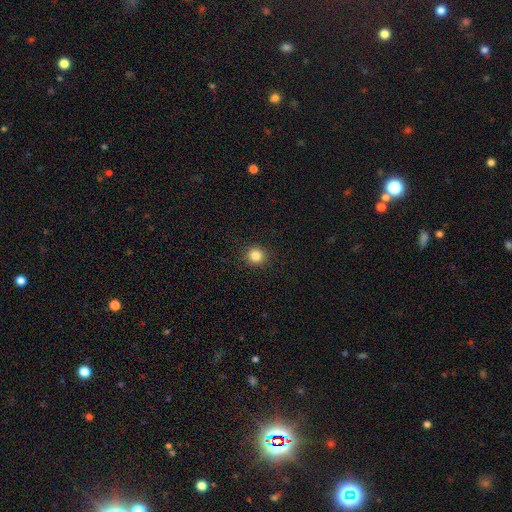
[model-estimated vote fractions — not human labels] Smooth or featured? Predicted: smooth (p=0.83). How rounded? Predicted: round (p=0.91). Merging? Predicted: none (p=0.92).